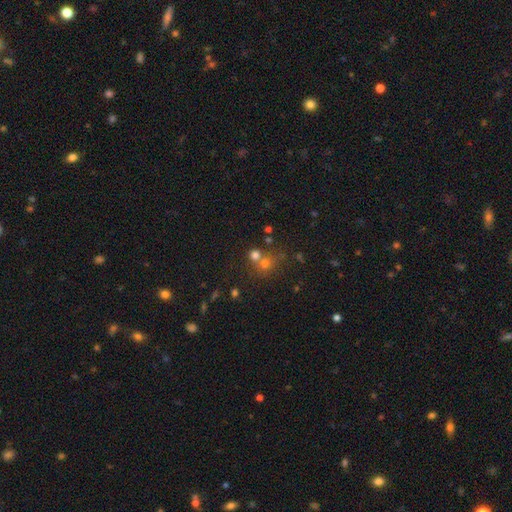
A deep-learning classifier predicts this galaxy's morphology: Q: Smooth or featured?
A: smooth (67%); runner-up: star or artifact (21%)
Q: How rounded?
A: round (82%); runner-up: in between (17%)
Q: Merging?
A: none (48%); runner-up: merger (40%)